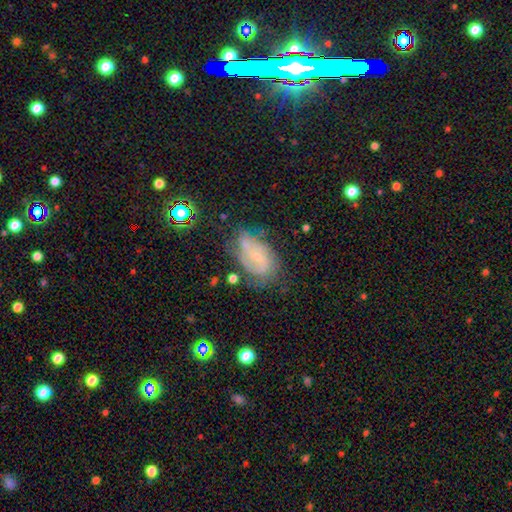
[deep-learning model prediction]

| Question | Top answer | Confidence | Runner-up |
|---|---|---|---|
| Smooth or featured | featured or disk | 67% | smooth (21%) |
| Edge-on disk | no | 96% | yes (4%) |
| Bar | no | 49% | weak (40%) |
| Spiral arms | yes | 86% | no (14%) |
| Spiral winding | medium | 41% | tight (39%) |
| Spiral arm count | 2 | 44% | can't tell (33%) |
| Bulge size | small | 73% | moderate (16%) |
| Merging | none | 53% | minor disturbance (27%) |